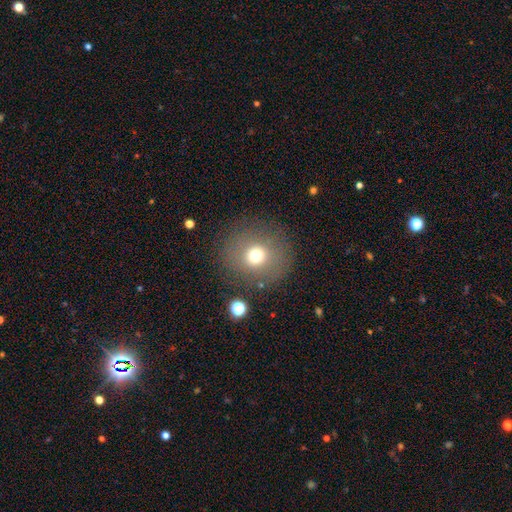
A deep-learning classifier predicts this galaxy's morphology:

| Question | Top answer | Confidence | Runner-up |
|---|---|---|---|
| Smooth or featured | smooth | 69% | star or artifact (16%) |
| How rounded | round | 88% | in between (11%) |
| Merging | none | 83% | minor disturbance (9%) |